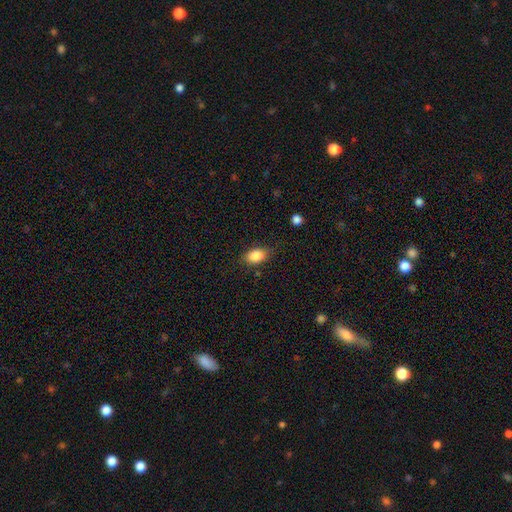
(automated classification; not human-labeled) This is clearly a smooth galaxy (86%). How rounded: clearly in between (85%). Merging: likely none (79%).